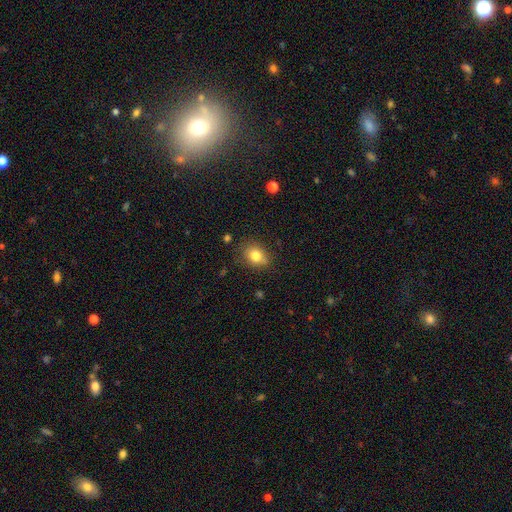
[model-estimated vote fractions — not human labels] This appears to be a smooth galaxy with no disk features (80%) that is in between round and cigar-shaped (56%). Merging: none (73%).